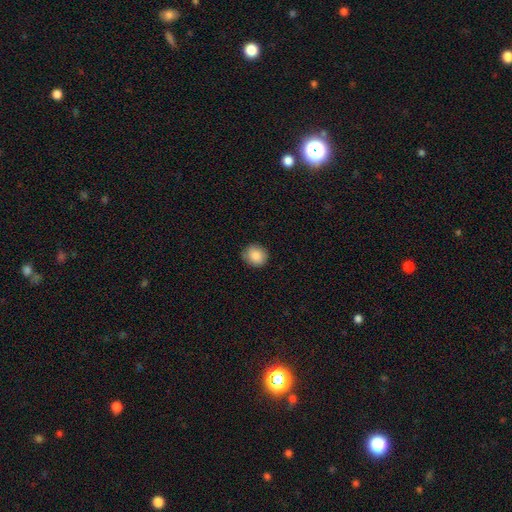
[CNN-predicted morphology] smooth 86%, star or artifact 8%, featured or disk 6%. Down the decision tree: how rounded — round (79%); merging — none (84%).